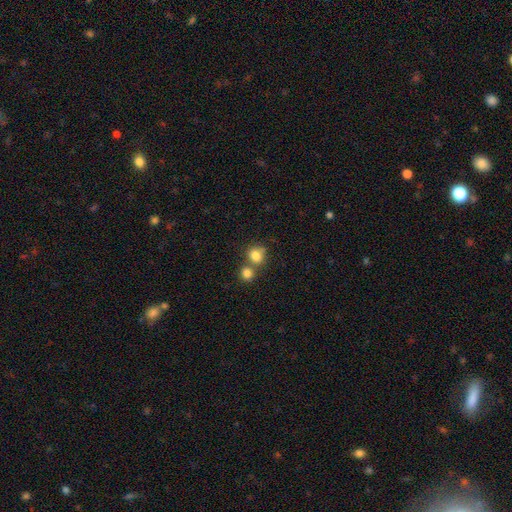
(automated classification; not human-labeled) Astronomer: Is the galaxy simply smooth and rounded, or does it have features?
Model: smooth — 81%.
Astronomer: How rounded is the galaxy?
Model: round — 78%.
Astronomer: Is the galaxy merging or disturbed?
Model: none — 49% (runner-up: merger, 39%).